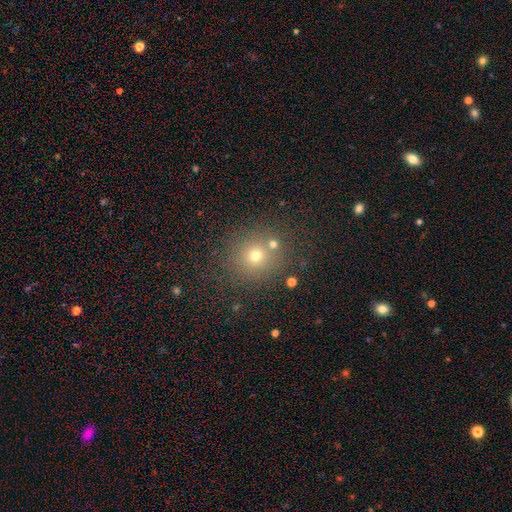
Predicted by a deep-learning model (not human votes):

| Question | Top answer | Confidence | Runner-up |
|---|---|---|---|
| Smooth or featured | smooth | 68% | star or artifact (22%) |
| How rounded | round | 90% | in between (9%) |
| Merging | none | 77% | merger (11%) |